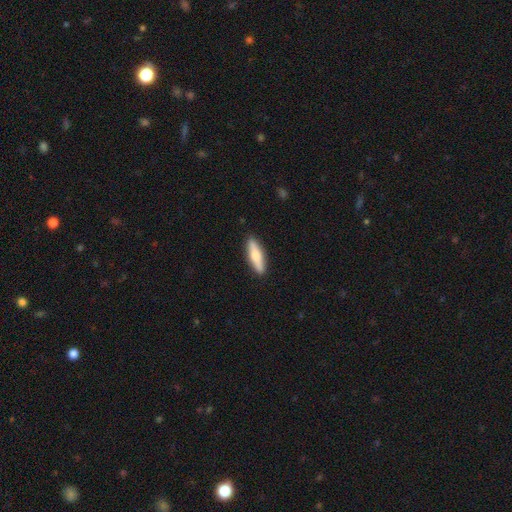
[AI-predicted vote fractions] A smooth galaxy with no disk features (59%) that is cigar-shaped (69%). Merging: none (90%).